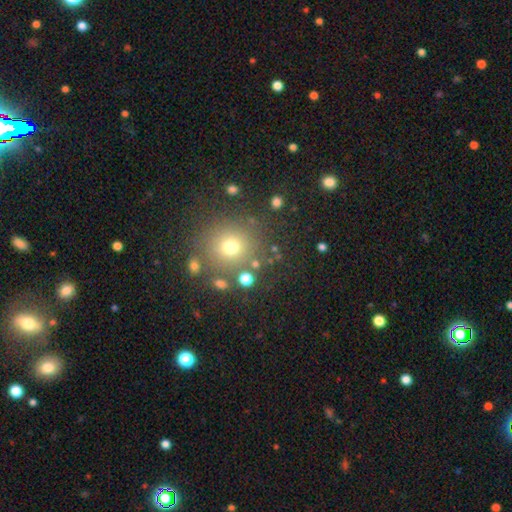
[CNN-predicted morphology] smooth_or_featured: smooth (p=0.56) [alt: star or artifact p=0.32]
how_rounded: round (p=0.90) [alt: in between p=0.09]
merging: none (p=0.81) [alt: minor disturbance p=0.09]